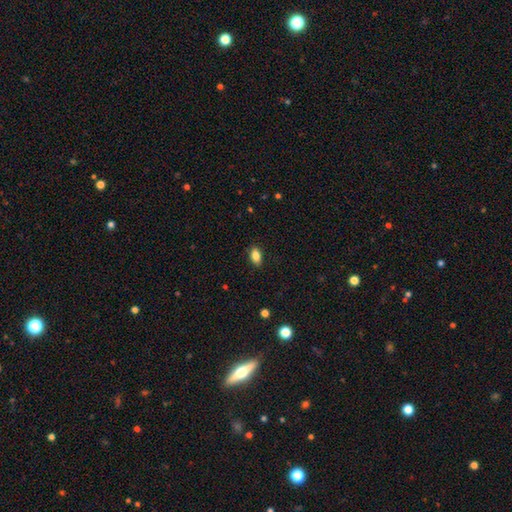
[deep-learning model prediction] smooth 85%, star or artifact 9%, featured or disk 6%. Down the decision tree: how rounded — in between (88%); merging — none (88%).